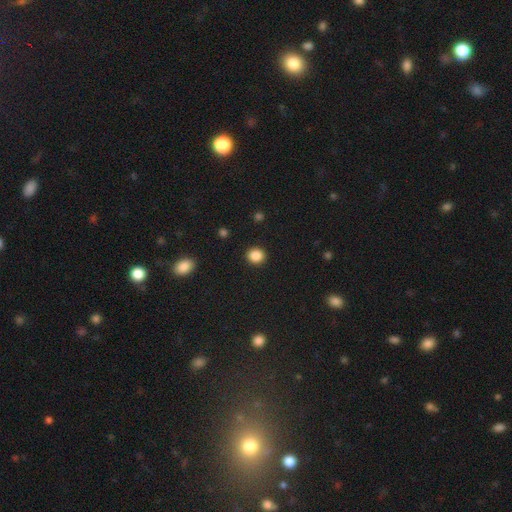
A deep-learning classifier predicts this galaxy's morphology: type=smooth (87%); roundness=round (81%); merging=none (91%).